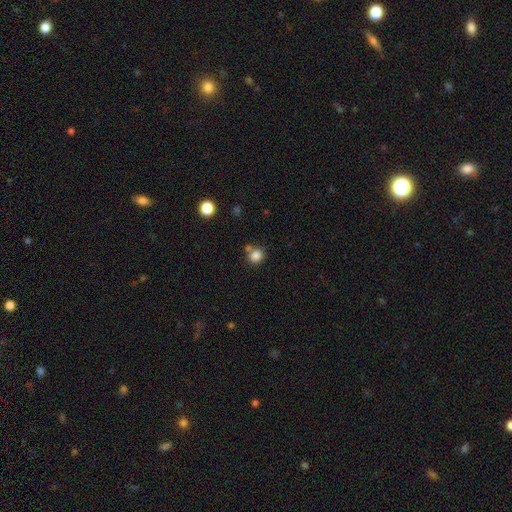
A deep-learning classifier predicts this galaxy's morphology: Smooth or featured? Predicted: smooth (p=0.83). How rounded? Predicted: round (p=0.85). Merging? Predicted: none (p=0.68).